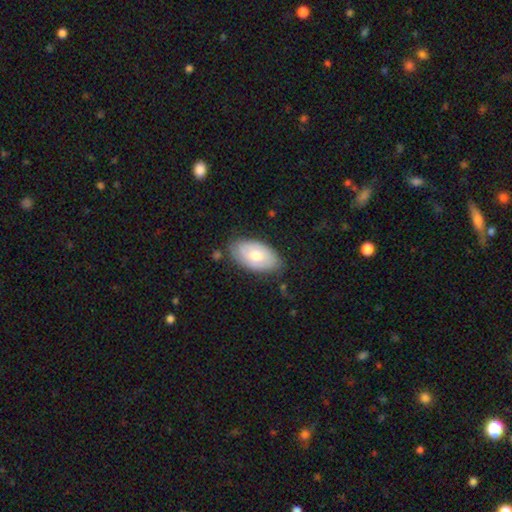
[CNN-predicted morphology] type=smooth (59%); roundness=in between (94%); merging=none (74%).